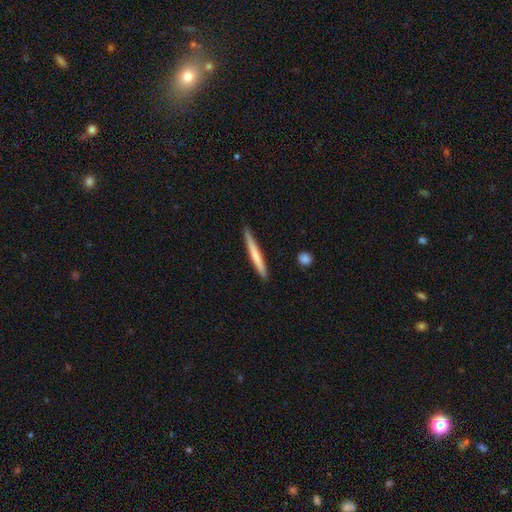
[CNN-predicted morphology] This appears to be a smooth galaxy with no disk features (61%) that is cigar-shaped (96%). Merging: none (88%).